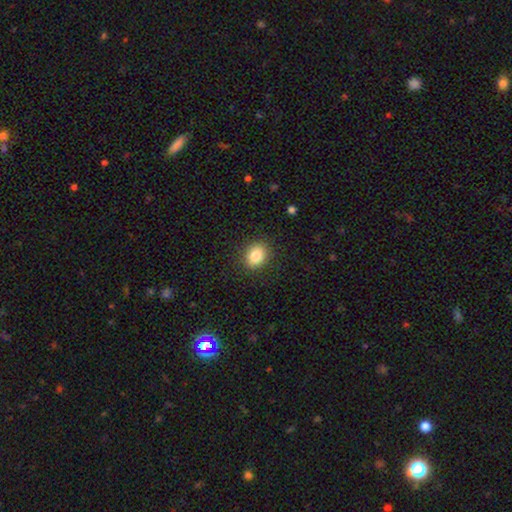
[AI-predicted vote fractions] Morphology: type=smooth (83%); roundness=round (52%); merging=none (88%).